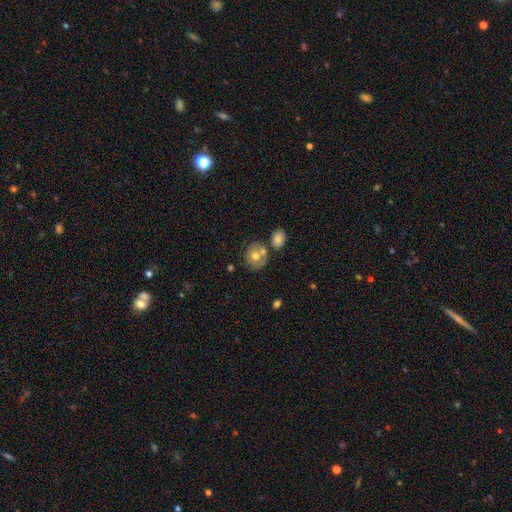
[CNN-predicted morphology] This is likely a smooth galaxy (62%). How rounded: likely round (69%). Merging: possibly none (51%).